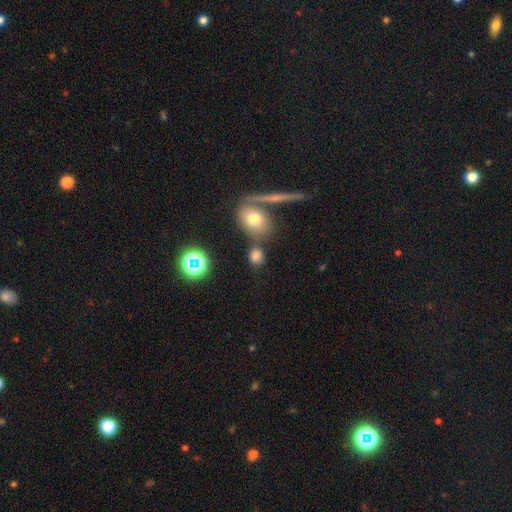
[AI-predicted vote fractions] This appears to be a smooth galaxy with no disk features (74%) that is round (66%). Merging: none (66%).